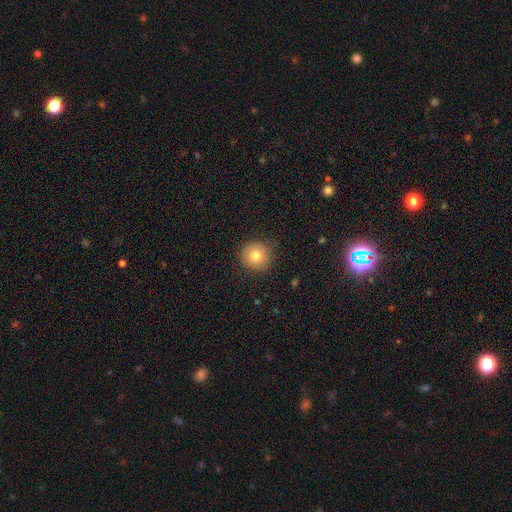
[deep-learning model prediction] Smooth or featured? smooth (80%)
How rounded? round (93%)
Merging? none (87%)